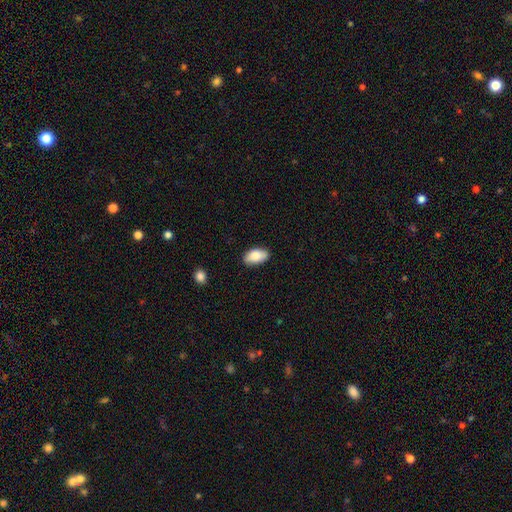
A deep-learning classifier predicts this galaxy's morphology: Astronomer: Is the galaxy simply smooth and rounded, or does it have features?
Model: smooth — 85%.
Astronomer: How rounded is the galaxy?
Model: in between — 93%.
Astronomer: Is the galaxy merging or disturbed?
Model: none — 84%.